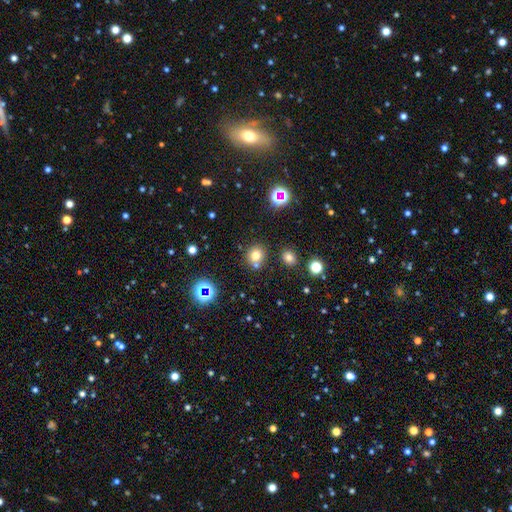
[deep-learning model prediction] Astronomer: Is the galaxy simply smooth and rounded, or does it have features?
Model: smooth — 70%.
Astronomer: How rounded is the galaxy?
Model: round — 85%.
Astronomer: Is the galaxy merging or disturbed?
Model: none — 72%.